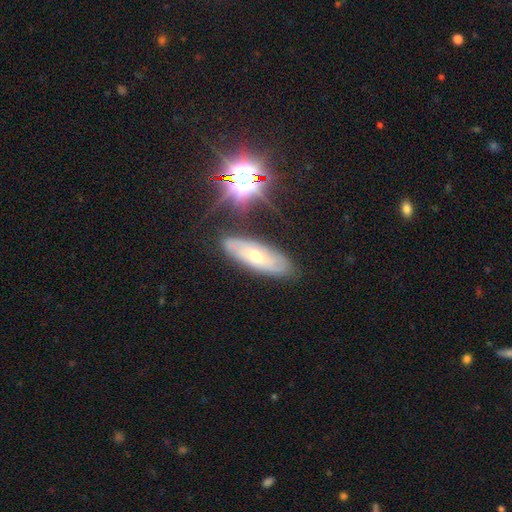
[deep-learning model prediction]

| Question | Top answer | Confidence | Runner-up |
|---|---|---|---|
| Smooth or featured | featured or disk | 52% | smooth (33%) |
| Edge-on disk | no | 72% | yes (28%) |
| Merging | none | 79% | minor disturbance (14%) |